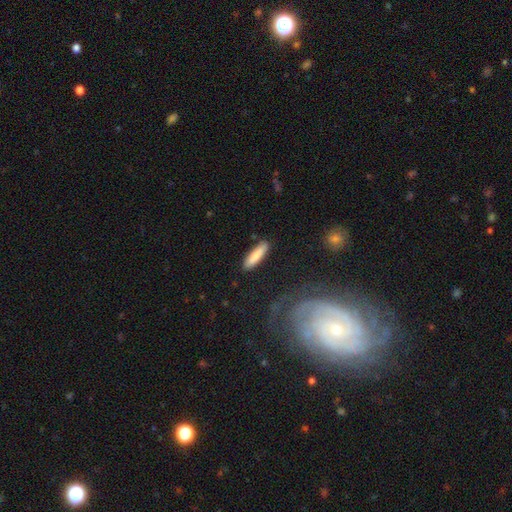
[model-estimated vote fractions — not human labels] Q: Smooth or featured?
A: smooth (83%); runner-up: featured or disk (11%)
Q: How rounded?
A: cigar-shaped (73%); runner-up: in between (26%)
Q: Merging?
A: none (87%); runner-up: minor disturbance (9%)